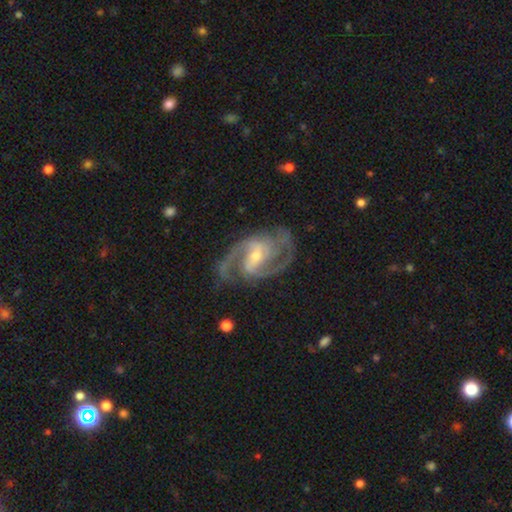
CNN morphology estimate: smooth_or_featured: featured or disk (p=0.92) [alt: star or artifact p=0.04]
disk_edge_on: no (p=0.97) [alt: yes p=0.03]
bar: weak (p=0.47) [alt: strong p=0.36]
has_spiral_arms: yes (p=0.98) [alt: no p=0.02]
spiral_winding: medium (p=0.59) [alt: tight p=0.26]
spiral_arm_count: 2 (p=0.64) [alt: 3 p=0.21]
bulge_size: small (p=0.55) [alt: moderate p=0.41]
merging: none (p=0.74) [alt: minor disturbance p=0.16]